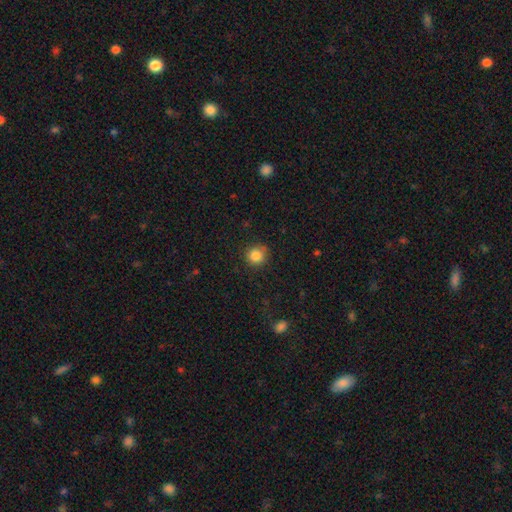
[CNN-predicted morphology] type=smooth (85%); roundness=round (91%); merging=none (83%).